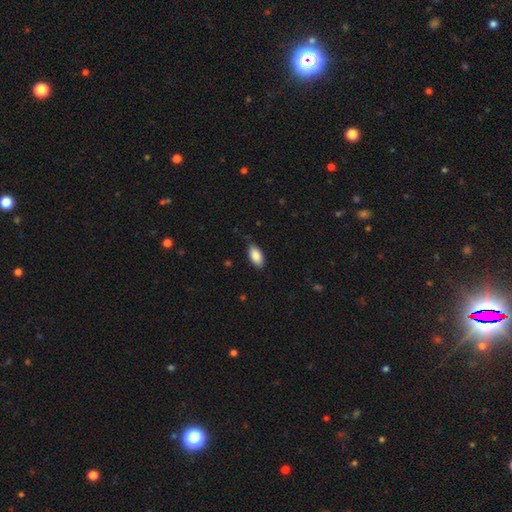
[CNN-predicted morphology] A smooth galaxy with no disk features (88%) that is in between round and cigar-shaped (93%). Merging: none (83%).